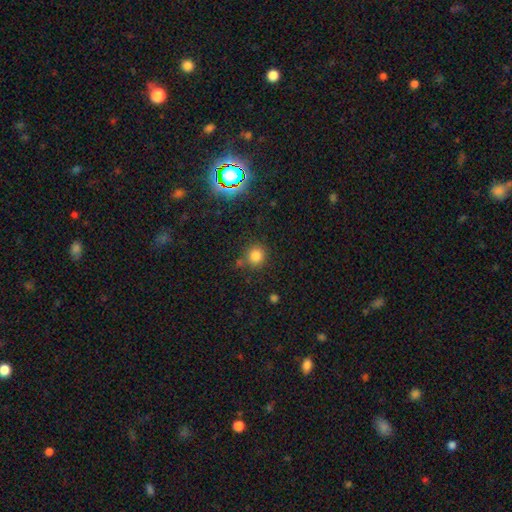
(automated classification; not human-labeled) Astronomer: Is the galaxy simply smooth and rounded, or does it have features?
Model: smooth — 79%.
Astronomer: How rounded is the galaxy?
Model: round — 89%.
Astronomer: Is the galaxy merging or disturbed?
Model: none — 77%.